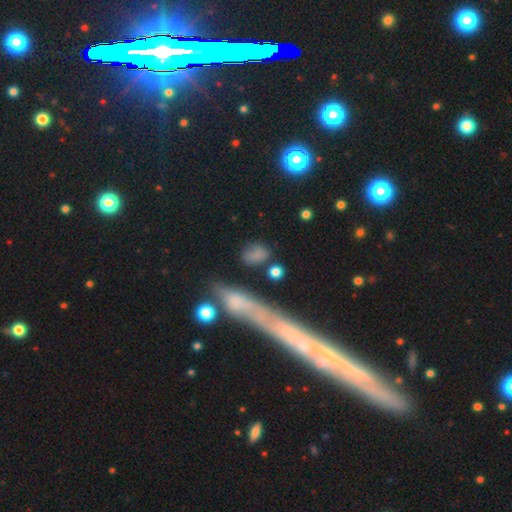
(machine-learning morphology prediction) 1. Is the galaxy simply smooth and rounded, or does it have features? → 73% smooth, 16% featured or disk, 12% star or artifact.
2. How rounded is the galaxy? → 61% in between, 32% round, 8% cigar-shaped.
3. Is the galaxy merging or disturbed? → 61% none, 21% minor disturbance, 11% major disturbance, 7% merger.